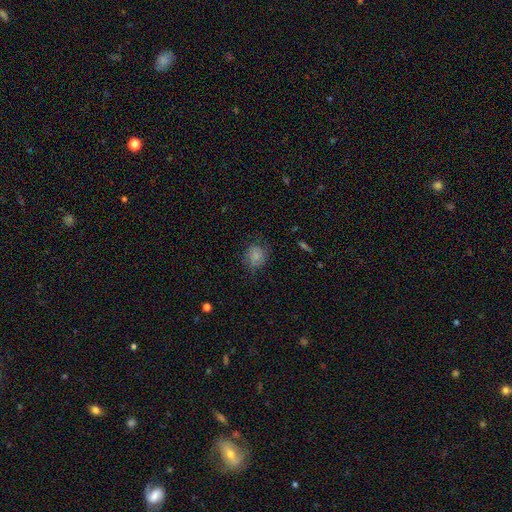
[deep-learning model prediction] Q: Smooth or featured?
A: smooth (79%); runner-up: featured or disk (10%)
Q: How rounded?
A: round (75%); runner-up: in between (24%)
Q: Merging?
A: none (68%); runner-up: minor disturbance (23%)